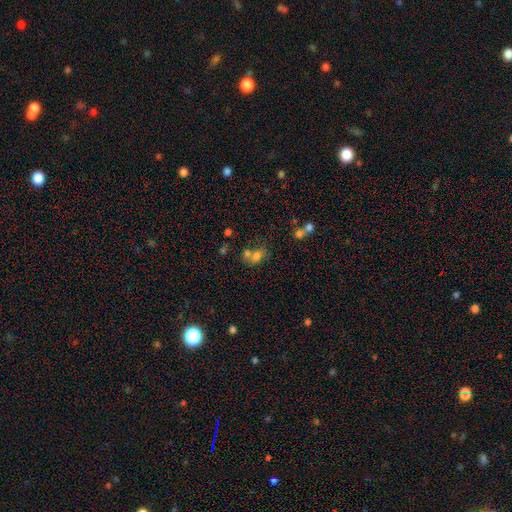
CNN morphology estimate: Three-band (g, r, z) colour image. It shows a smooth galaxy with no disk features (63%) that is in between round and cigar-shaped (51%). Merging: merger (45%).